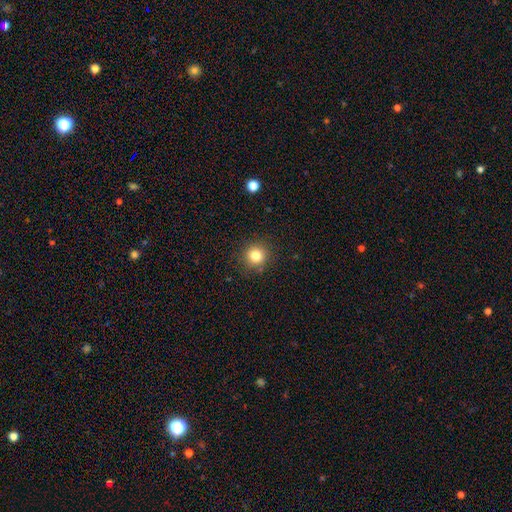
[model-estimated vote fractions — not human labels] Smooth or featured? Predicted: smooth (p=0.82). How rounded? Predicted: round (p=0.93). Merging? Predicted: none (p=0.88).